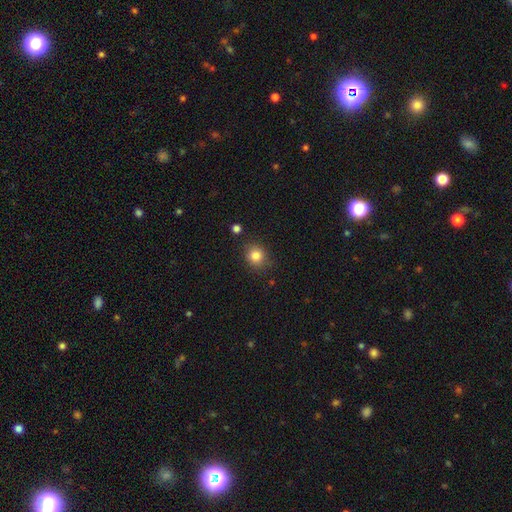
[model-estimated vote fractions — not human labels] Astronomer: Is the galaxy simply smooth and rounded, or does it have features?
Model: smooth — 83%.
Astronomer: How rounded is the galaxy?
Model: round — 82%.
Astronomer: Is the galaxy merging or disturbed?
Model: none — 84%.